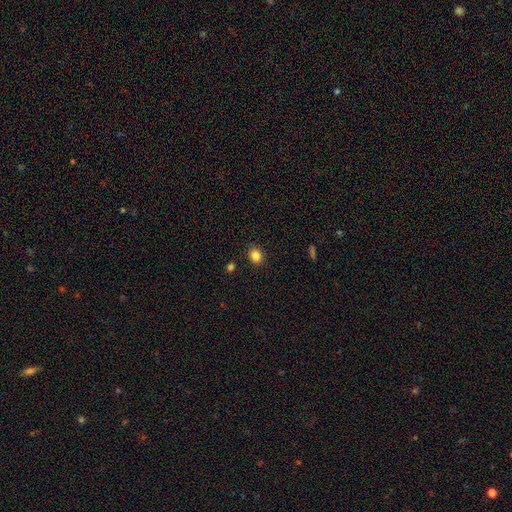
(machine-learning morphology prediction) Smooth or featured? Predicted: smooth (p=0.84). How rounded? Predicted: round (p=0.66). Merging? Predicted: none (p=0.89).